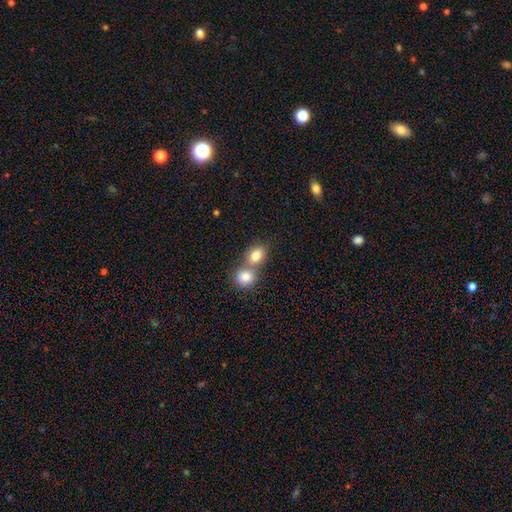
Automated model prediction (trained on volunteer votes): Overall: smooth (81%). How rounded: in between (55%; round 44%). Merging: merger (54%; none 36%).